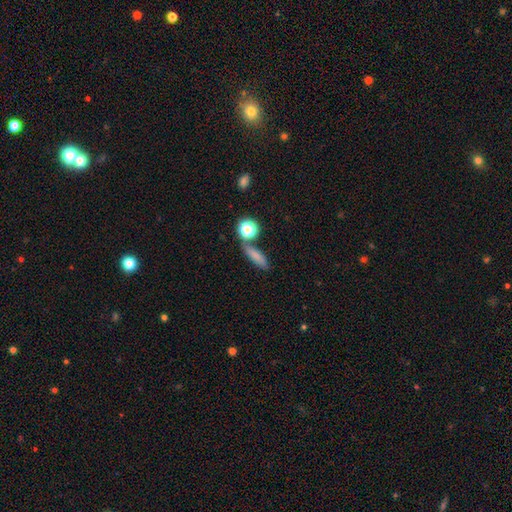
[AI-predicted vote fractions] The model was most divided on "how rounded": cigar-shaped: 47%, in between: 38%, round: 15%. More confident: smooth or featured — smooth (77%); merging — none (67%).